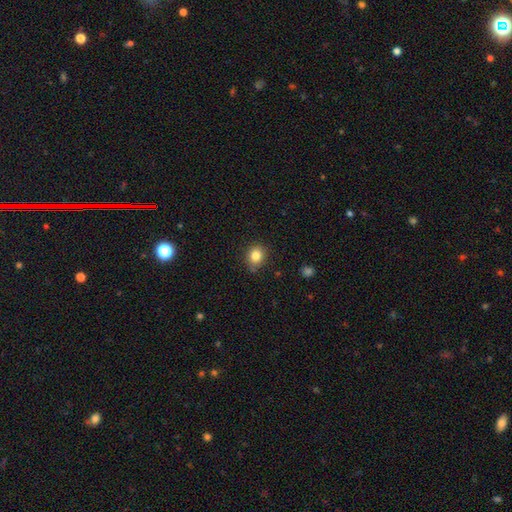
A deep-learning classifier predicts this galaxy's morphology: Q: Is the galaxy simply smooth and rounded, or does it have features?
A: smooth — 83%.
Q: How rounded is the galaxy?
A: round — 72%.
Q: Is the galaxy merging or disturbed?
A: none — 84%.